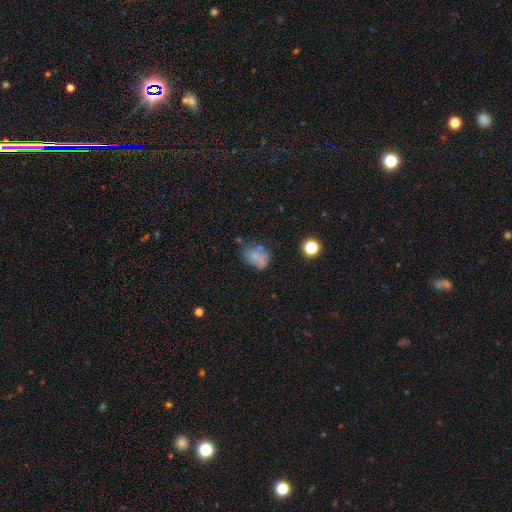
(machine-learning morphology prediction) type=smooth (65%); roundness=in between (63%); merging=none (45%).